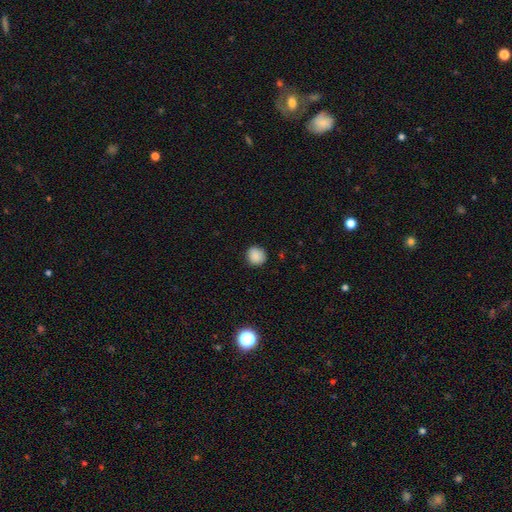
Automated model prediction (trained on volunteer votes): Q: Smooth or featured?
A: smooth (87%); runner-up: star or artifact (9%)
Q: How rounded?
A: round (89%); runner-up: in between (10%)
Q: Merging?
A: none (87%); runner-up: minor disturbance (9%)